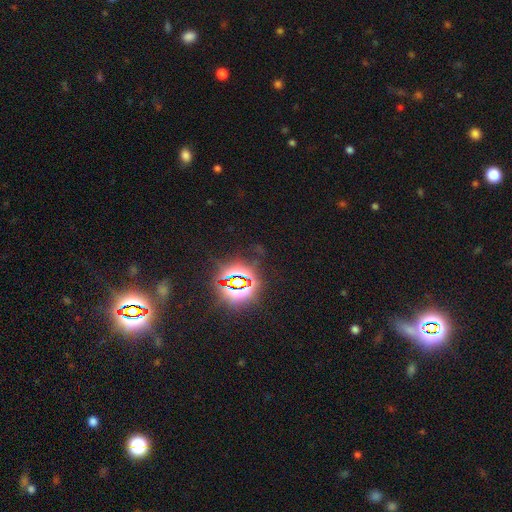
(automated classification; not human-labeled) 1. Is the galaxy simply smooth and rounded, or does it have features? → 82% star or artifact, 10% smooth, 8% featured or disk.